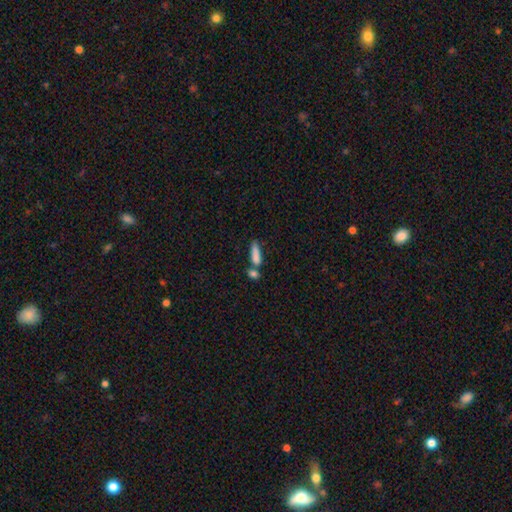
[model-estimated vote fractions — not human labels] Morphology: type=smooth (82%); roundness=cigar-shaped (51%); merging=none (43%).